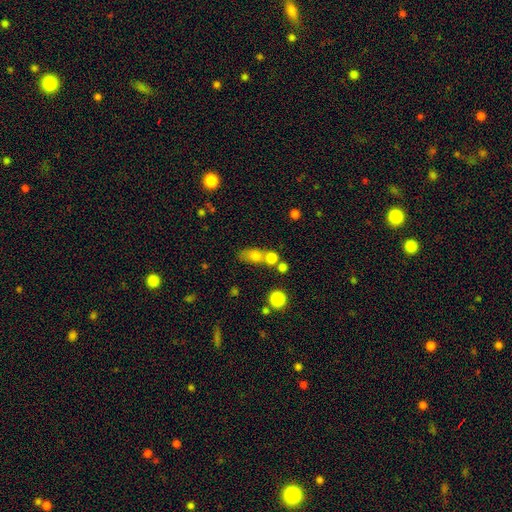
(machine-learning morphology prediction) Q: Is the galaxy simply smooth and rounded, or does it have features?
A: smooth — 73%.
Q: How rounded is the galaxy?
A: in between — 54%.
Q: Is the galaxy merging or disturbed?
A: merger — 45%.